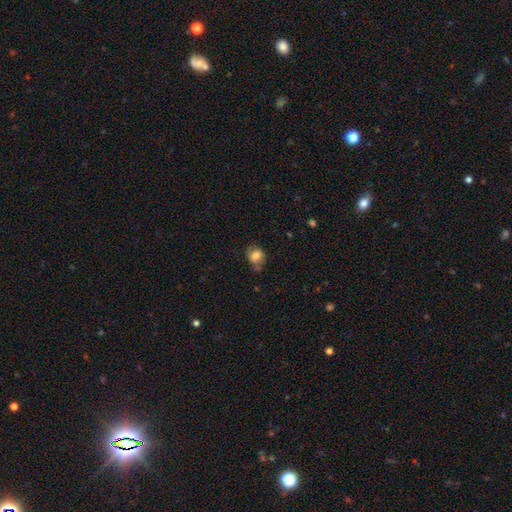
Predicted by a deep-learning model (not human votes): This is likely a smooth galaxy (75%). How rounded: possibly round (54%). Merging: possibly none (57%).